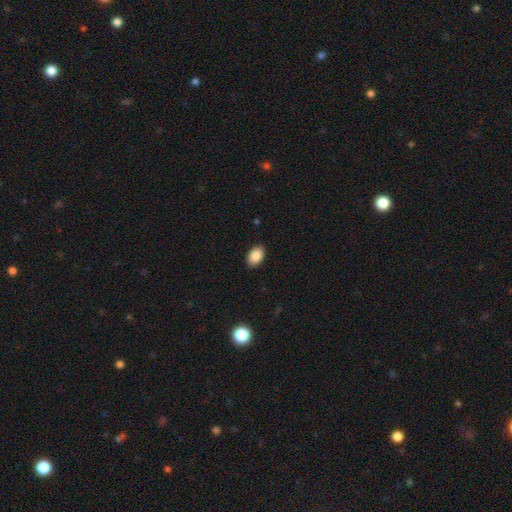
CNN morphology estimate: The model was most divided on "merging": none: 89%, minor disturbance: 8%, major disturbance: 2%, merger: 1%. More confident: how rounded — in between (90%); smooth or featured — smooth (88%).